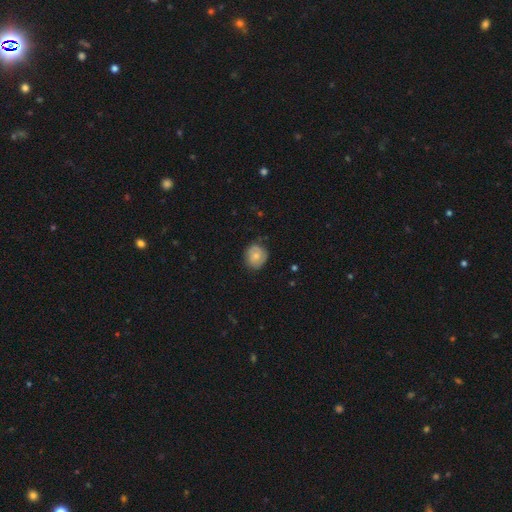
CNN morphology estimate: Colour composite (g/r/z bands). It shows a smooth galaxy with no disk features (56%) that is round (74%). Merging: none (72%).